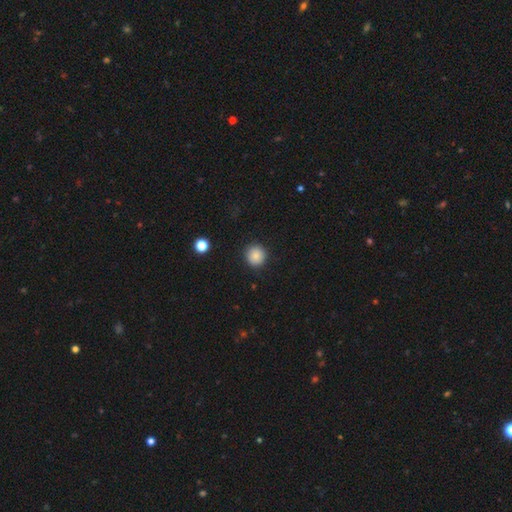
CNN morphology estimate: The model was most divided on "smooth or featured": smooth: 86%, star or artifact: 9%, featured or disk: 5%. More confident: how rounded — round (93%); merging — none (90%).